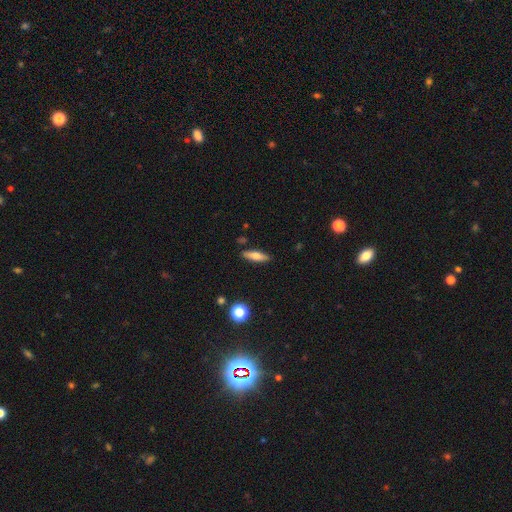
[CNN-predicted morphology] Smooth or featured? smooth (64%)
How rounded? cigar-shaped (60%)
Merging? none (87%)